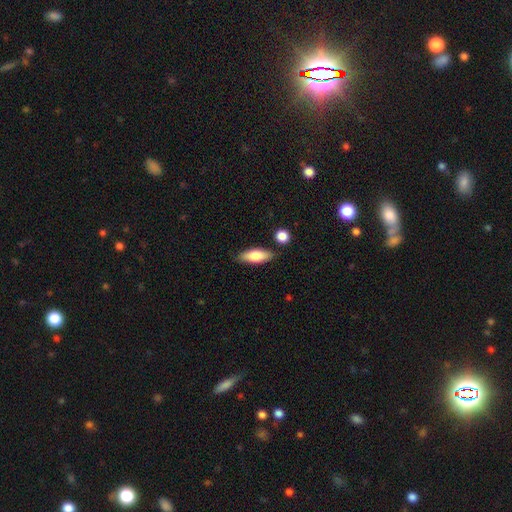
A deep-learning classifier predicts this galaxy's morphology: Q: Smooth or featured?
A: smooth (75%); runner-up: featured or disk (19%)
Q: How rounded?
A: in between (70%); runner-up: cigar-shaped (27%)
Q: Merging?
A: none (81%); runner-up: minor disturbance (12%)